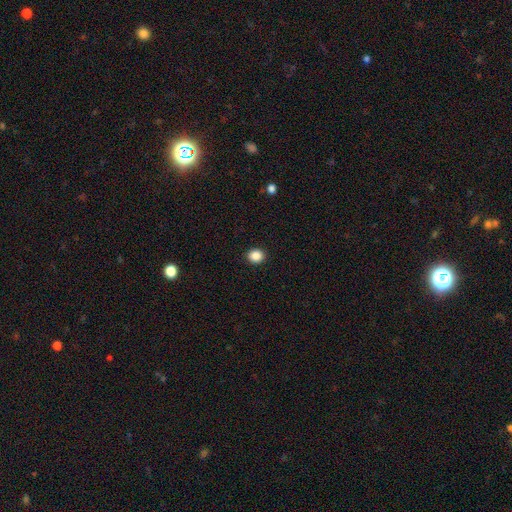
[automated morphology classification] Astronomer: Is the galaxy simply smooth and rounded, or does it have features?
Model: smooth — 87%.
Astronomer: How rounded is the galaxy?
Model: round — 79%.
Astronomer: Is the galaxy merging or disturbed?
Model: none — 92%.